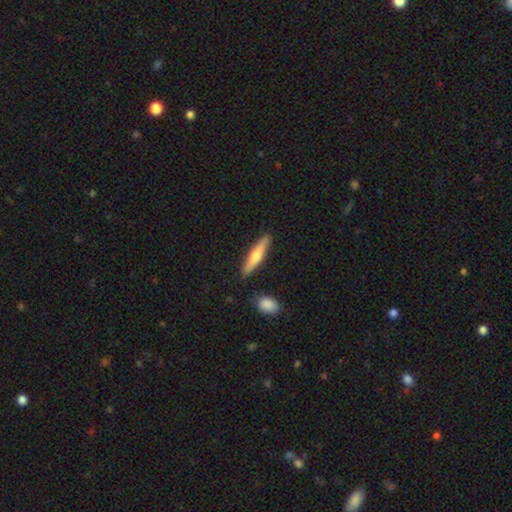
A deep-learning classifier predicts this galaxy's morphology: This appears to be a smooth galaxy with no disk features (48%). Merging: none (87%).